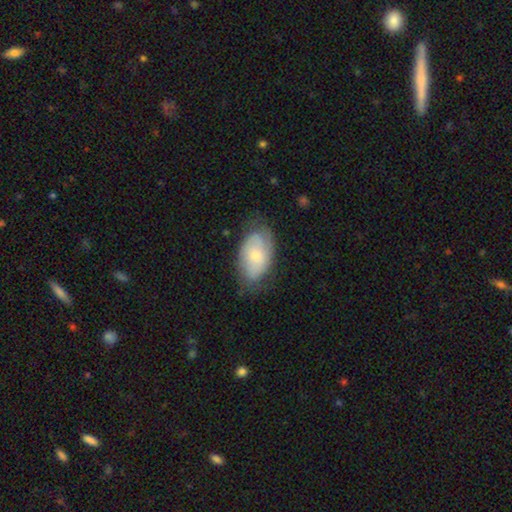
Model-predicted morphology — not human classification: Smooth or featured? Predicted: smooth (p=0.56). How rounded? Predicted: in between (p=0.92). Merging? Predicted: none (p=0.62).